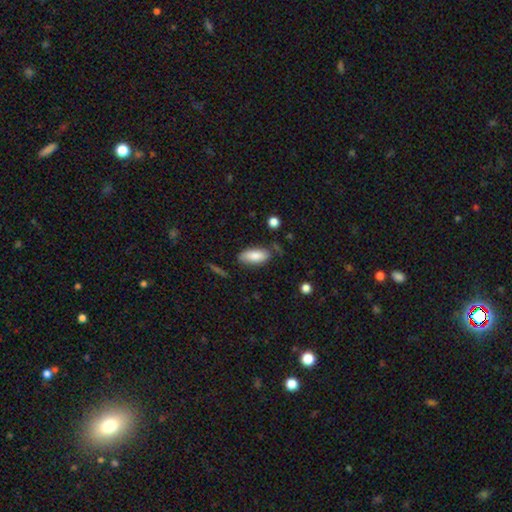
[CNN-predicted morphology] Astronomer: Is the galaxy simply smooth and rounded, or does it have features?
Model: smooth — 84%.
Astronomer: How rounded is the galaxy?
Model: in between — 86%.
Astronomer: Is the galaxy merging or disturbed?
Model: none — 70%.